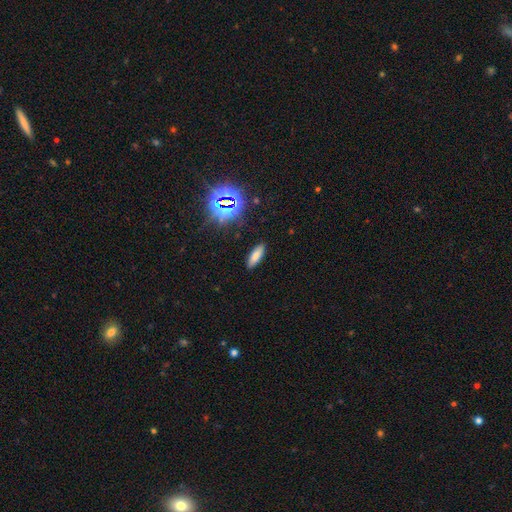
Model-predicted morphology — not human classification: Smooth or featured?
  - smooth: 73% *
  - star or artifact: 17%
  - featured or disk: 11%
How rounded?
  - in between: 56% *
  - cigar-shaped: 41%
  - round: 3%
Merging?
  - none: 88% *
  - minor disturbance: 8%
  - major disturbance: 2%
  - merger: 1%